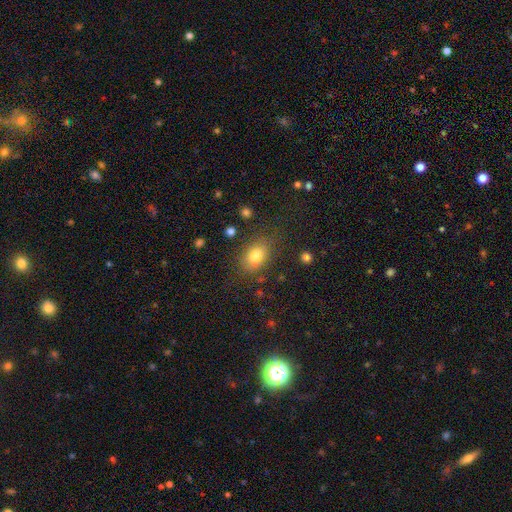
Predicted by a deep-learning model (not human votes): Overall: smooth (79%). How rounded: in between (73%). Merging: none (77%).